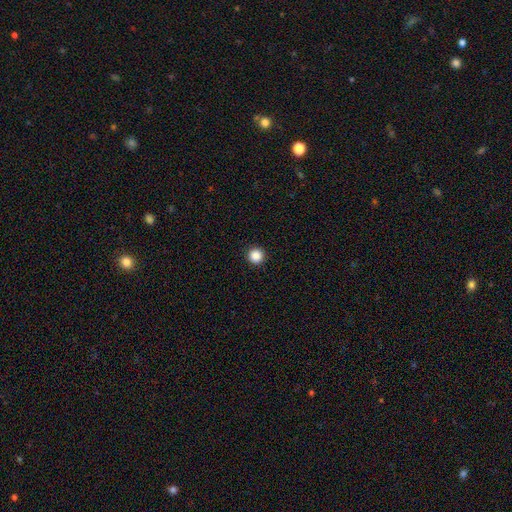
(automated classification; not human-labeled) smooth_or_featured: smooth (p=0.87) [alt: star or artifact p=0.10]
how_rounded: round (p=0.97) [alt: in between p=0.02]
merging: none (p=0.94) [alt: minor disturbance p=0.04]